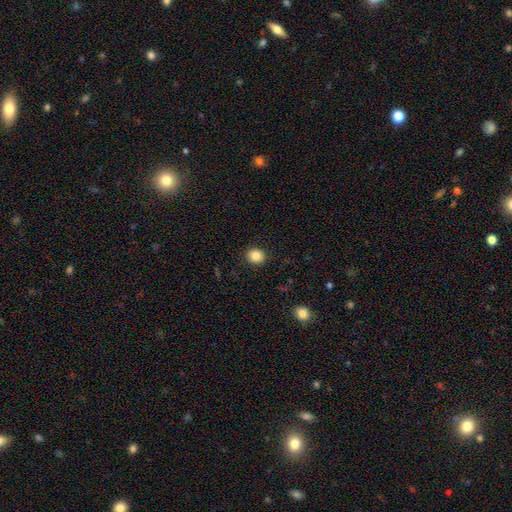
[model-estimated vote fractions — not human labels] A smooth galaxy with no disk features (85%) that is round (77%). Merging: none (91%).